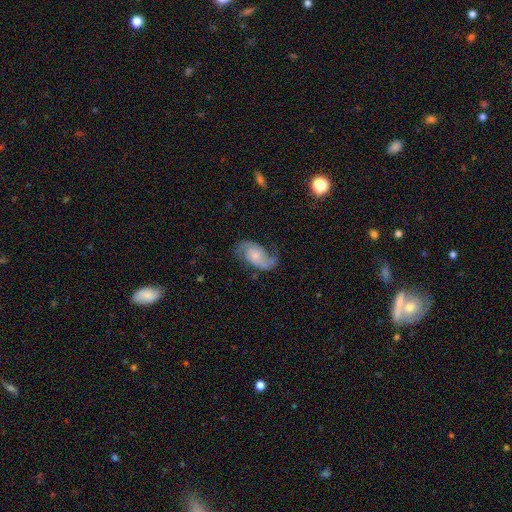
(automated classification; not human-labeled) Q: Smooth or featured?
A: featured or disk (77%); runner-up: smooth (16%)
Q: Edge-on disk?
A: no (97%); runner-up: yes (3%)
Q: Bar?
A: no (62%); runner-up: weak (31%)
Q: Spiral arms?
A: yes (95%); runner-up: no (5%)
Q: Spiral winding?
A: medium (43%); runner-up: loose (42%)
Q: Spiral arm count?
A: 2 (90%); runner-up: can't tell (4%)
Q: Bulge size?
A: small (41%); runner-up: moderate (33%)
Q: Merging?
A: none (66%); runner-up: minor disturbance (20%)